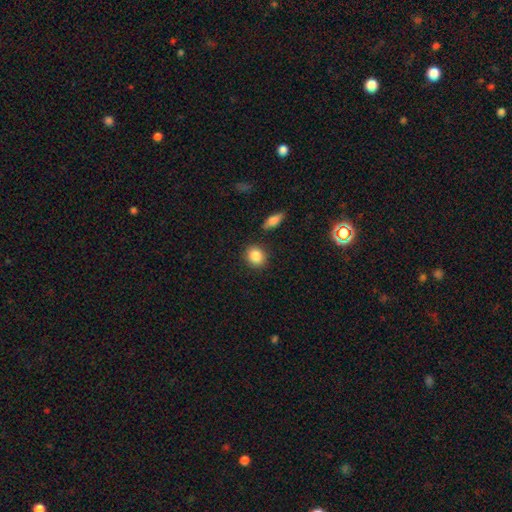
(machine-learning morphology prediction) Smooth or featured: smooth — 87% (star or artifact — 8%)
How rounded: round — 72% (in between — 27%)
Merging: none — 86% (minor disturbance — 8%)